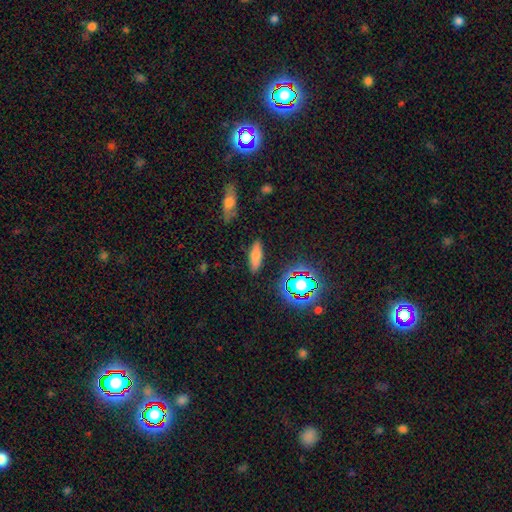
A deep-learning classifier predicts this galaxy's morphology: The model was most divided on "how rounded": in between: 52%, cigar-shaped: 45%, round: 3%. More confident: merging — none (85%); smooth or featured — smooth (73%).